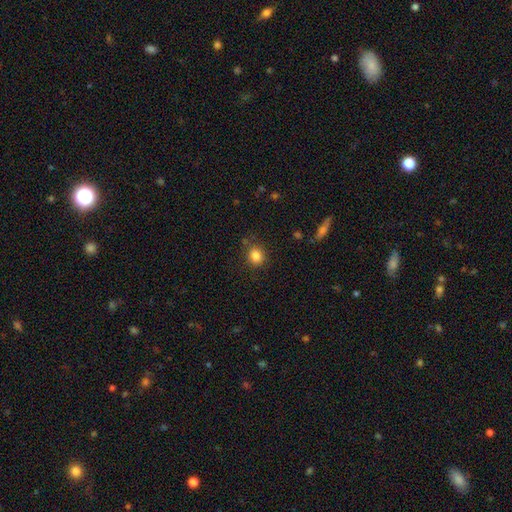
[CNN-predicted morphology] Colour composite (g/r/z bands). It shows a smooth galaxy with no disk features (84%) that is round (79%). Merging: none (83%).